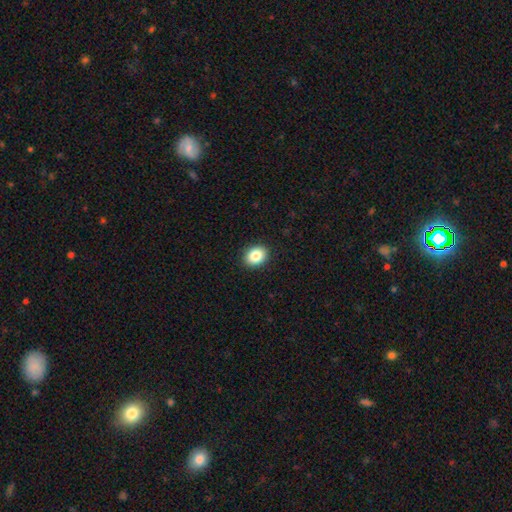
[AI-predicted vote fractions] smooth-or-featured: smooth: 85% | star or artifact: 9% | featured or disk: 6%
  how-rounded: round: 50% | in between: 49% | cigar-shaped: 1%
  merging: none: 91% | minor disturbance: 6% | major disturbance: 2% | merger: 1%